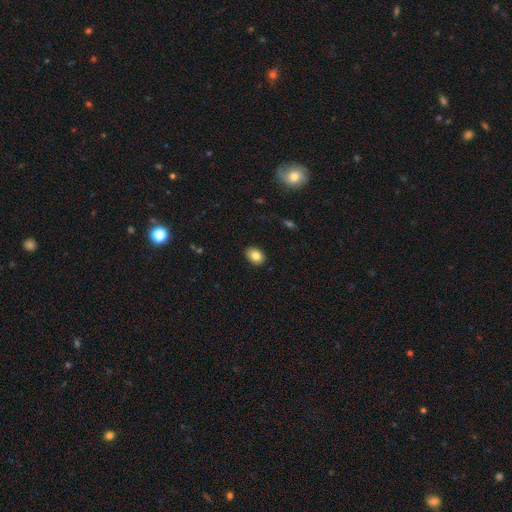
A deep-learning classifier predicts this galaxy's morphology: type=smooth (83%); roundness=in between (70%); merging=none (89%).